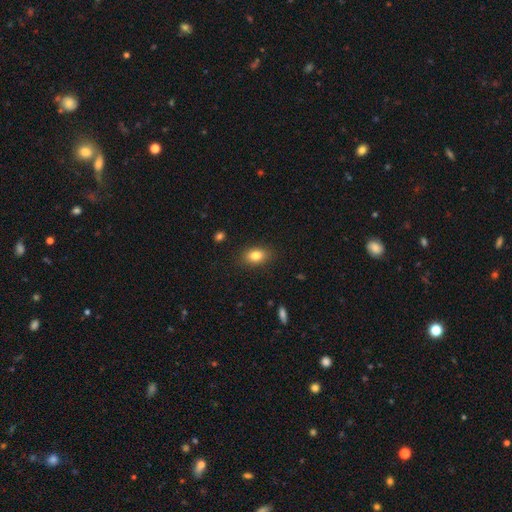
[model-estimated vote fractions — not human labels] The model was most divided on "how rounded": in between: 81%, round: 17%, cigar-shaped: 2%. More confident: merging — none (87%); smooth or featured — smooth (82%).